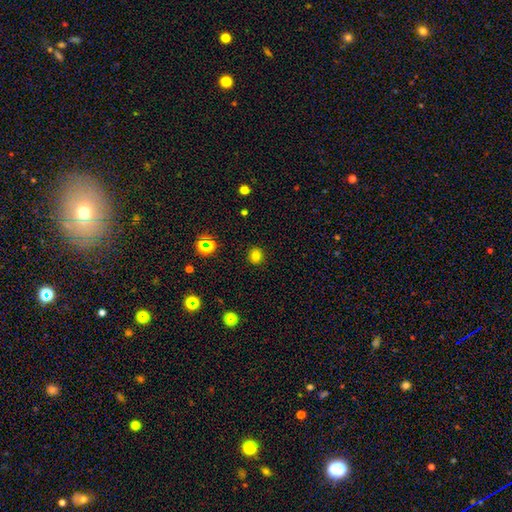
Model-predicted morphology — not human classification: smooth_or_featured: smooth (p=0.77) [alt: star or artifact p=0.18]
how_rounded: round (p=0.78) [alt: in between p=0.21]
merging: none (p=0.89) [alt: minor disturbance p=0.07]